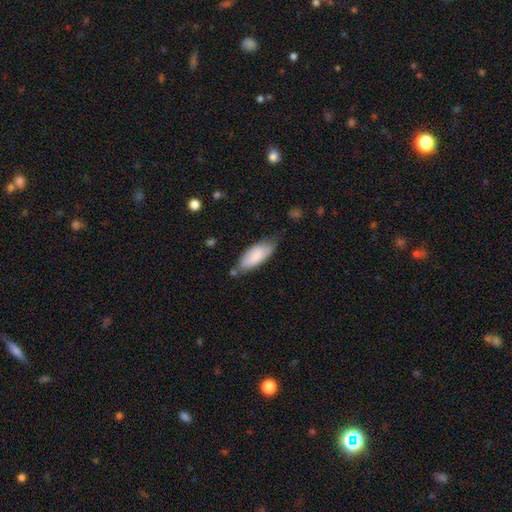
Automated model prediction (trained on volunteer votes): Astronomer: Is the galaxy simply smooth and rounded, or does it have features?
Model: smooth — 82%.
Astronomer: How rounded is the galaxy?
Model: in between — 75%.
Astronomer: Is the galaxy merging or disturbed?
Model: none — 57%.